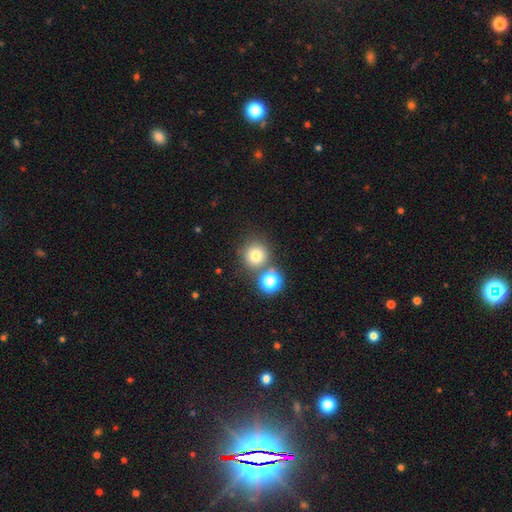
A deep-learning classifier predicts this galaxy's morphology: This appears to be a smooth galaxy with no disk features (75%) that is round (92%). Merging: none (67%).